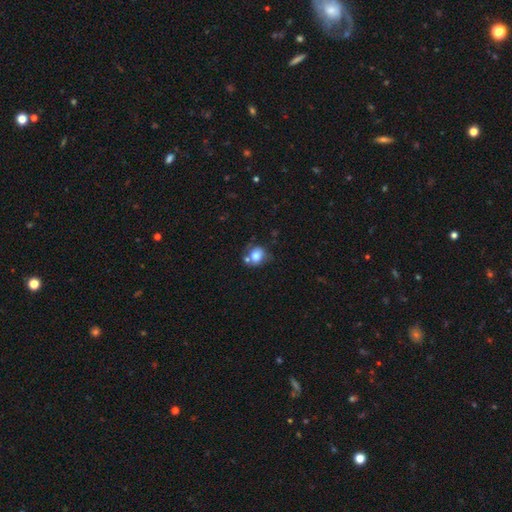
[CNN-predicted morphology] Smooth or featured? smooth (75%)
How rounded? round (67%)
Merging? none (48%)